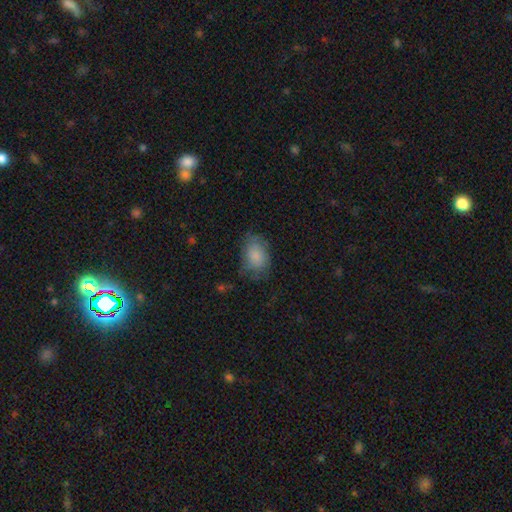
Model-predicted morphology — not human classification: Smooth or featured? Predicted: smooth (p=0.81). How rounded? Predicted: in between (p=0.83). Merging? Predicted: none (p=0.57).